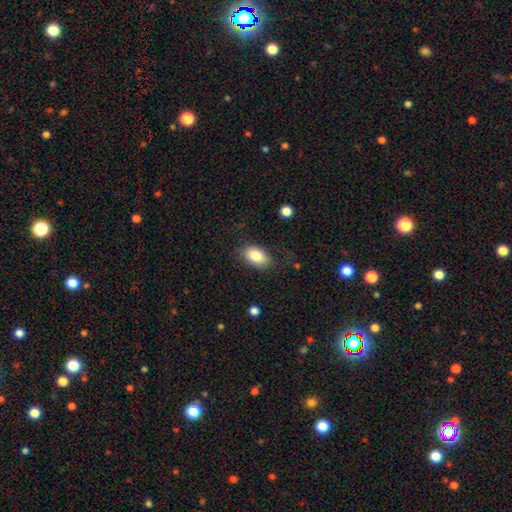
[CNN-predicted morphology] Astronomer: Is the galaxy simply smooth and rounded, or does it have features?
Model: smooth — 83%.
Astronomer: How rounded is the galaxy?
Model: in between — 89%.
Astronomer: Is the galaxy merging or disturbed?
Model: none — 77%.